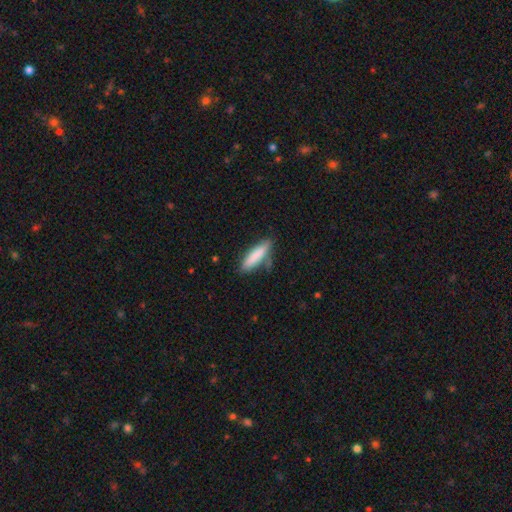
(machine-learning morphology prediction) Smooth or featured?
  - smooth: 83% *
  - featured or disk: 11%
  - star or artifact: 6%
How rounded?
  - cigar-shaped: 71% *
  - in between: 28%
  - round: 1%
Merging?
  - none: 72% *
  - minor disturbance: 19%
  - merger: 5%
  - major disturbance: 4%